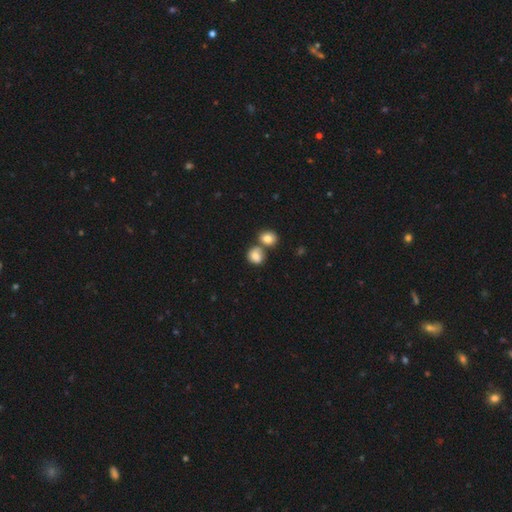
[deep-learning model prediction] Smooth or featured? Predicted: smooth (p=0.80). How rounded? Predicted: round (p=0.64). Merging? Predicted: merger (p=0.43).